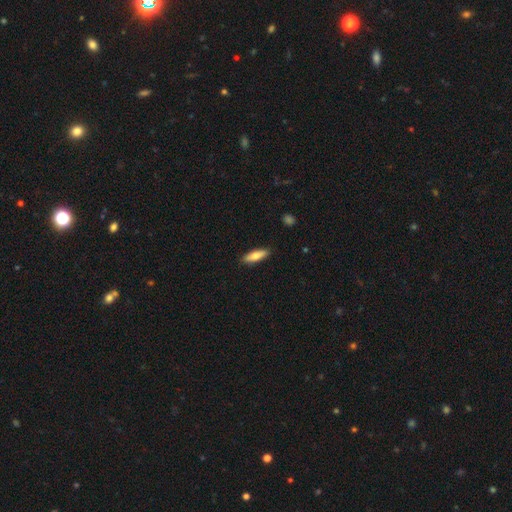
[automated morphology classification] Smooth or featured: smooth — 76% (featured or disk — 18%)
How rounded: cigar-shaped — 53% (in between — 45%)
Merging: none — 89% (minor disturbance — 9%)